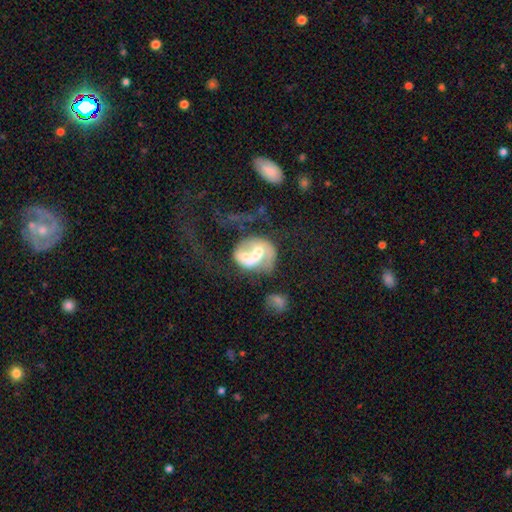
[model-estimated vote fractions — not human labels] Smooth or featured? featured or disk (63%)
Edge-on disk? no (98%)
Bar? no (60%)
Spiral arms? yes (54%)
Bulge size? moderate (50%)
Merging? merger (44%)